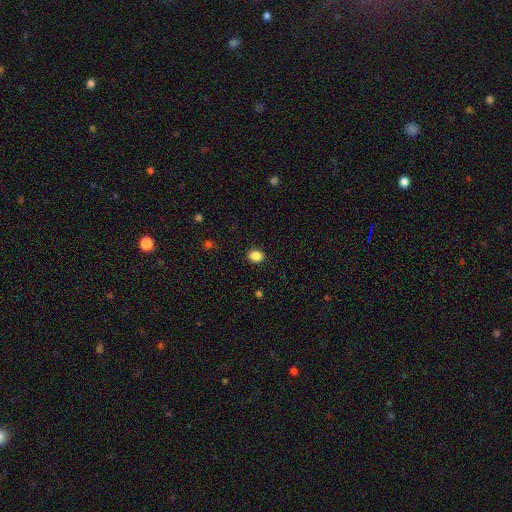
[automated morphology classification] smooth 87%, star or artifact 10%, featured or disk 4%. Down the decision tree: how rounded — round (53%); merging — none (90%).